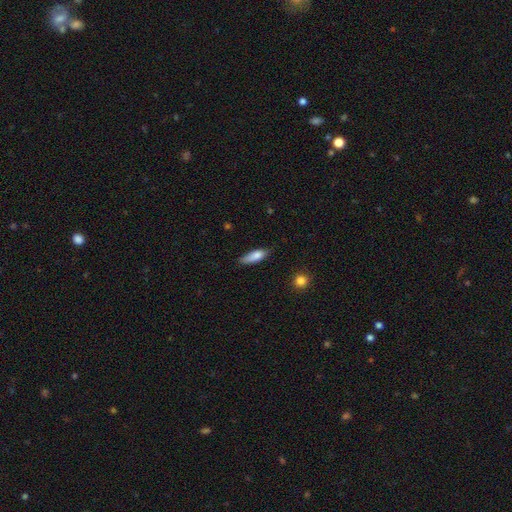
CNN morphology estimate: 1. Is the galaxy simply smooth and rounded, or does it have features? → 81% smooth, 13% featured or disk, 7% star or artifact.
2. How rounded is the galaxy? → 55% in between, 43% cigar-shaped, 2% round.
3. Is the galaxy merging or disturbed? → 64% none, 29% minor disturbance, 5% major disturbance, 2% merger.